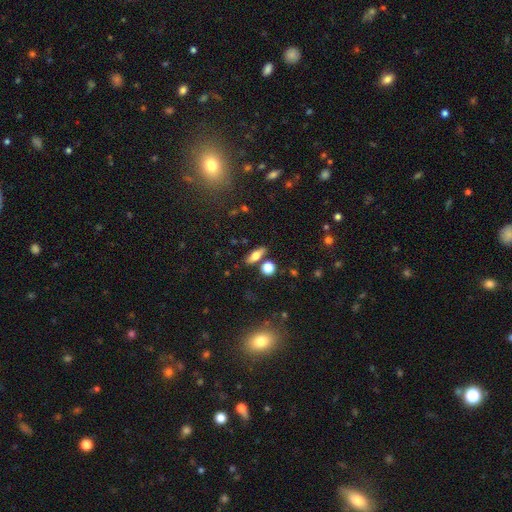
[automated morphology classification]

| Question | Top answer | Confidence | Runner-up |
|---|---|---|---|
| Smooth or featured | smooth | 66% | featured or disk (24%) |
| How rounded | in between | 61% | cigar-shaped (30%) |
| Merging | none | 77% | minor disturbance (11%) |